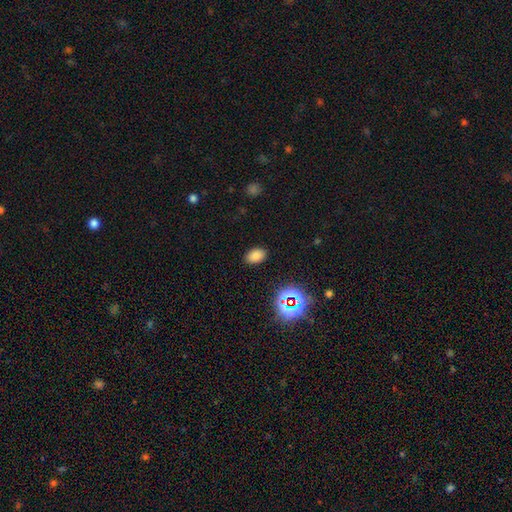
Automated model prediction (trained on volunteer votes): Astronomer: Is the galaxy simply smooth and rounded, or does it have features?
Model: smooth — 77%.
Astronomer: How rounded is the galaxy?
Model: in between — 86%.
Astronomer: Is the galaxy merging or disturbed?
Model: none — 87%.